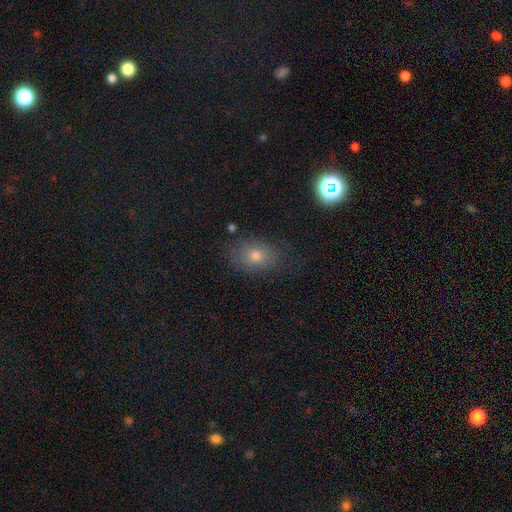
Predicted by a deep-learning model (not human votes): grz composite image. It shows a smooth galaxy with no disk features (70%) that is in between round and cigar-shaped (68%). Merging: none (78%).